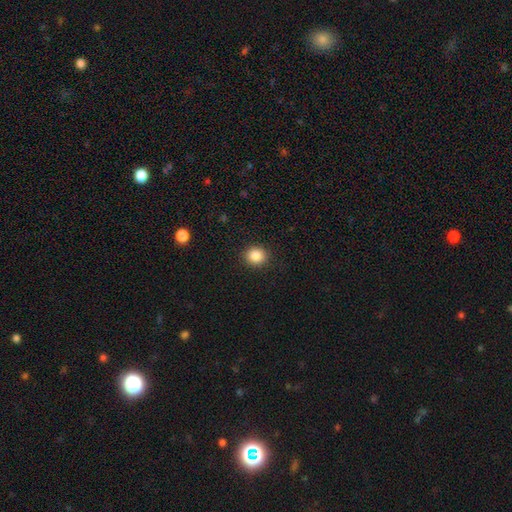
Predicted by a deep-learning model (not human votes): Smooth or featured: smooth — 86% (star or artifact — 10%)
How rounded: round — 82% (in between — 17%)
Merging: none — 91% (minor disturbance — 6%)